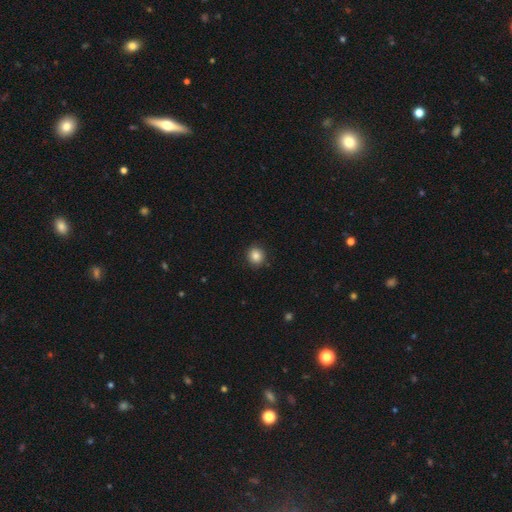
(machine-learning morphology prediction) Q: Smooth or featured?
A: smooth (85%); runner-up: star or artifact (10%)
Q: How rounded?
A: round (86%); runner-up: in between (13%)
Q: Merging?
A: none (90%); runner-up: minor disturbance (7%)